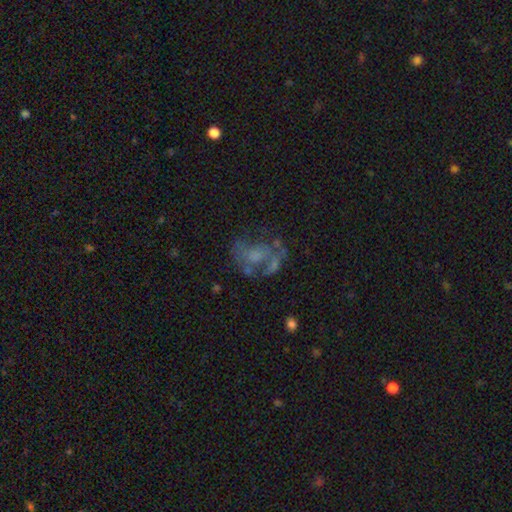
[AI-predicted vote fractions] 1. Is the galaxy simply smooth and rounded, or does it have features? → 60% featured or disk, 24% smooth, 16% star or artifact.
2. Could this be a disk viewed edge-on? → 98% no, 2% yes.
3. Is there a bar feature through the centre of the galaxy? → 80% no, 17% weak, 4% strong.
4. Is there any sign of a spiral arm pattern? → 62% no, 38% yes.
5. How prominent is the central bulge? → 42% none, 26% moderate, 23% small, 7% large, 2% dominant.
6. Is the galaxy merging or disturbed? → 41% none, 30% major disturbance, 18% minor disturbance, 12% merger.